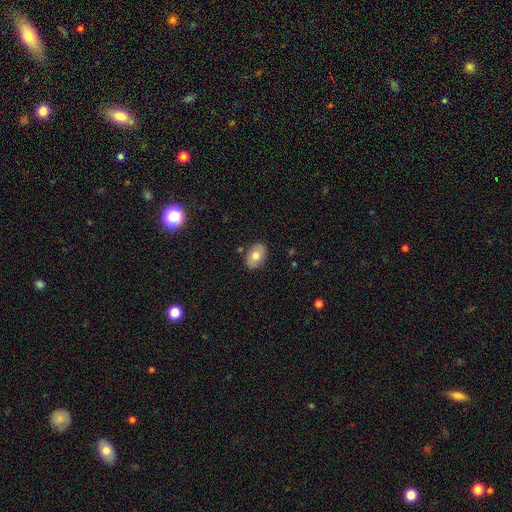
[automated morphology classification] The model was most divided on "smooth or featured": smooth: 73%, featured or disk: 19%, star or artifact: 7%. More confident: how rounded — in between (86%); merging — none (86%).